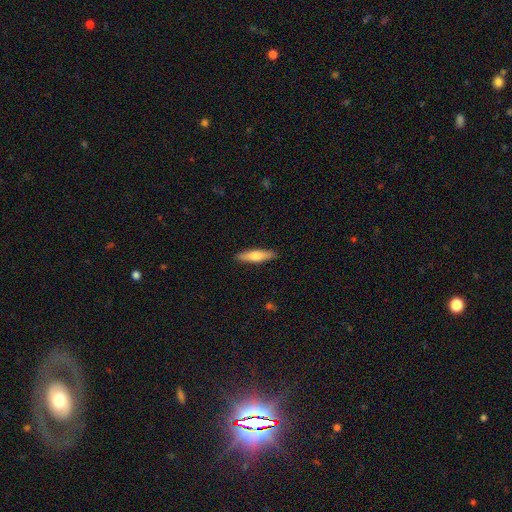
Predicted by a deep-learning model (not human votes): Morphology: type=smooth (61%); roundness=cigar-shaped (76%); merging=none (90%).